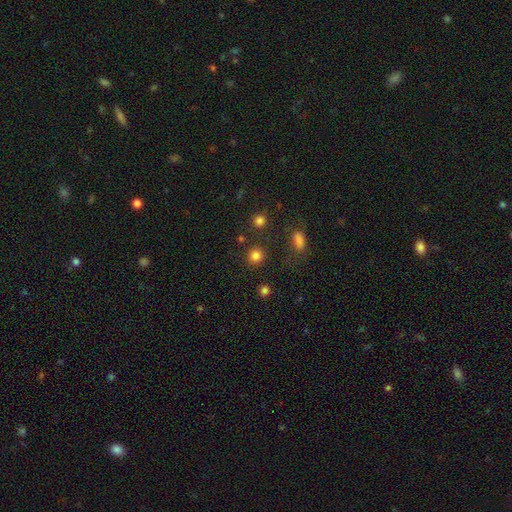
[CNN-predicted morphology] smooth_or_featured: smooth (p=0.82) [alt: star or artifact p=0.14]
how_rounded: round (p=0.88) [alt: in between p=0.11]
merging: none (p=0.86) [alt: minor disturbance p=0.07]